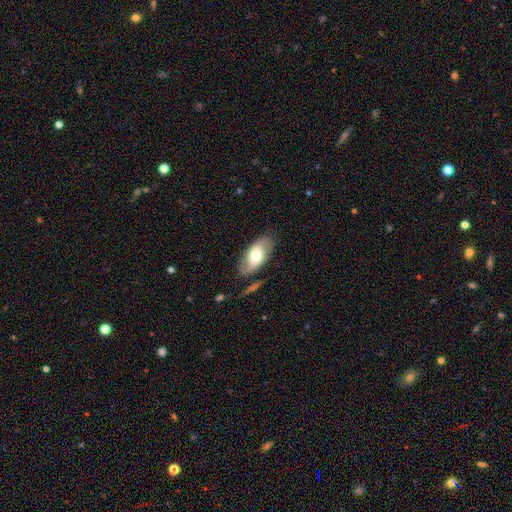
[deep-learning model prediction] Smooth or featured: smooth — 58% (featured or disk — 36%)
How rounded: in between — 92% (cigar-shaped — 4%)
Merging: none — 75% (minor disturbance — 16%)